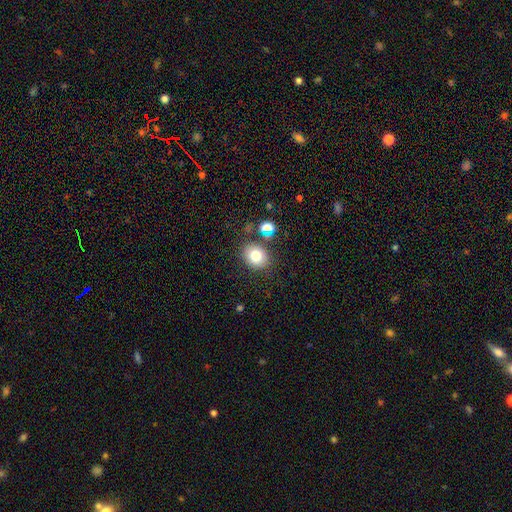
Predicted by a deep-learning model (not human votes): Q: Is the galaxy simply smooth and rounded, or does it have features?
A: smooth — 79%.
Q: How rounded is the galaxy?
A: round — 57%.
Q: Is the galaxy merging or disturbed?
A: none — 79%.